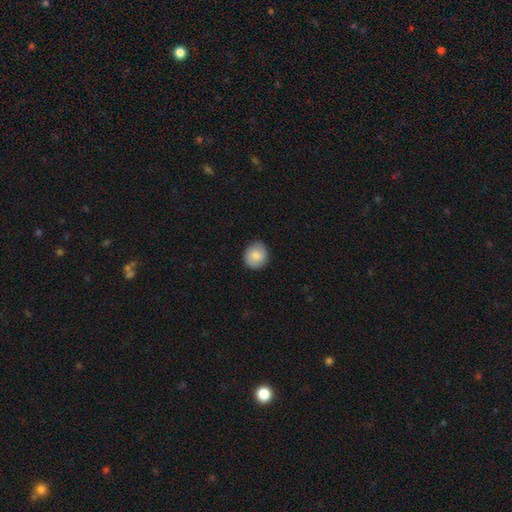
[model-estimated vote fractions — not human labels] This appears to be a smooth galaxy with no disk features (78%) that is round (77%). Merging: none (86%).